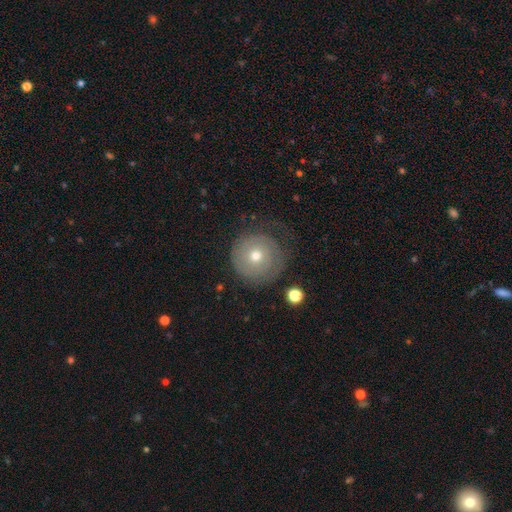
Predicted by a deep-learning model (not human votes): smooth 49%, featured or disk 42%, star or artifact 9%. Down the decision tree: merging — none (68%).